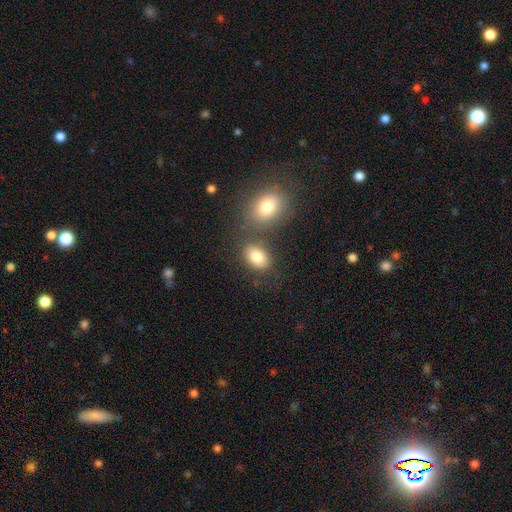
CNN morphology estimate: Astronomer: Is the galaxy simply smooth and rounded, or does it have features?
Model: smooth — 82%.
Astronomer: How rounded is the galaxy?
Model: in between — 79%.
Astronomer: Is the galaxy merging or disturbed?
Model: none — 64%.